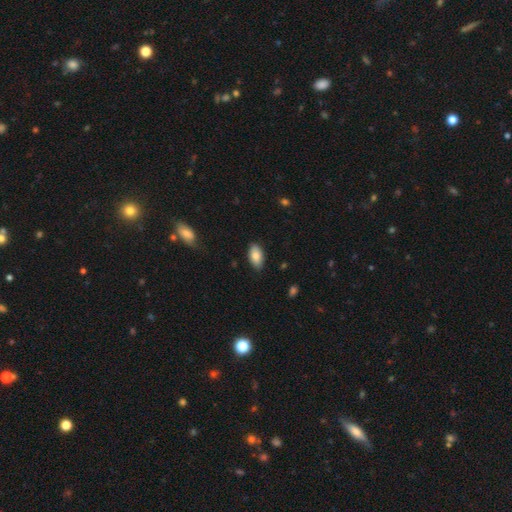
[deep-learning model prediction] Q: Smooth or featured?
A: smooth (82%); runner-up: featured or disk (11%)
Q: How rounded?
A: in between (94%); runner-up: round (3%)
Q: Merging?
A: none (84%); runner-up: minor disturbance (13%)